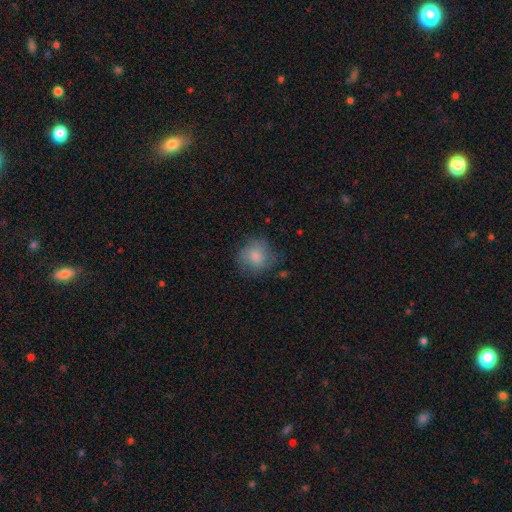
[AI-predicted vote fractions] Q: Smooth or featured?
A: smooth (76%); runner-up: featured or disk (16%)
Q: How rounded?
A: round (83%); runner-up: in between (16%)
Q: Merging?
A: none (66%); runner-up: minor disturbance (23%)